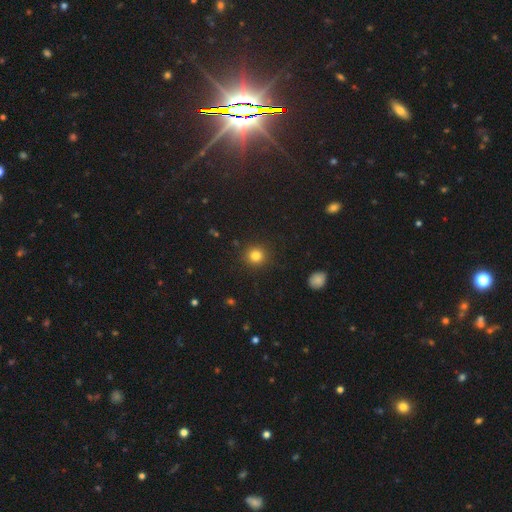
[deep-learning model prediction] Q: Smooth or featured?
A: smooth (82%); runner-up: star or artifact (13%)
Q: How rounded?
A: round (92%); runner-up: in between (7%)
Q: Merging?
A: none (91%); runner-up: minor disturbance (6%)